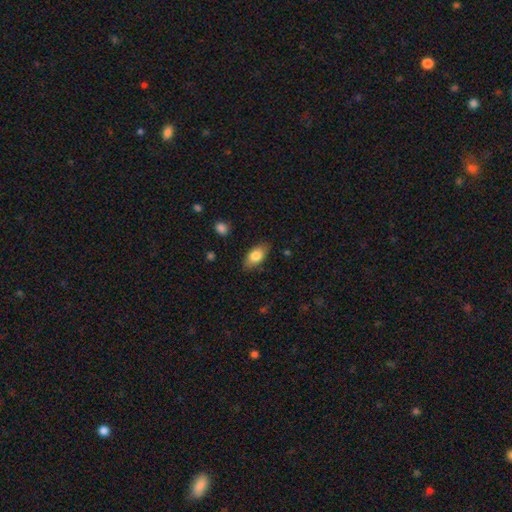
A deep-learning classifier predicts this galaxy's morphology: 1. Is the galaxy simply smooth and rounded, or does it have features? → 81% smooth, 12% featured or disk, 7% star or artifact.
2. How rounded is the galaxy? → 91% in between, 5% cigar-shaped, 5% round.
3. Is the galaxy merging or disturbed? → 84% none, 12% minor disturbance, 3% major disturbance, 1% merger.